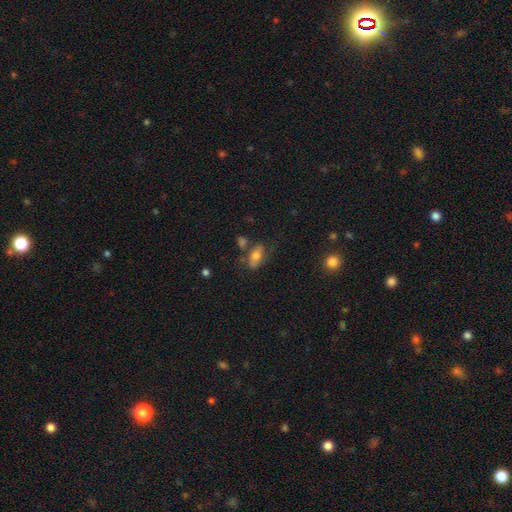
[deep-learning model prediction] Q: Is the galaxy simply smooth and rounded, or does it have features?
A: smooth — 67%.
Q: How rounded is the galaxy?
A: in between — 85%.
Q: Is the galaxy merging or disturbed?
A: none — 50%.